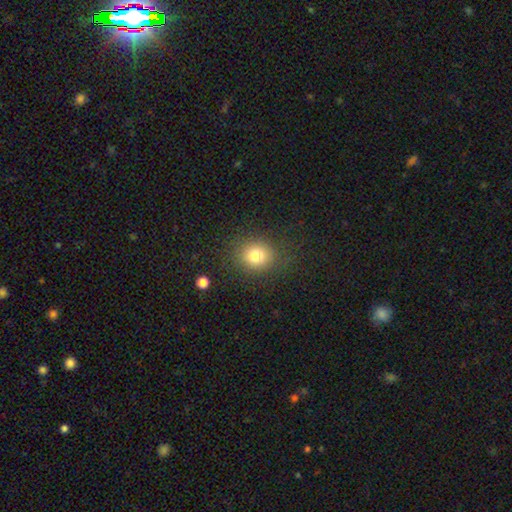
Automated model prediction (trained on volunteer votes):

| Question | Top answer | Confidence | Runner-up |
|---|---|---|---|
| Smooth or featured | smooth | 78% | star or artifact (13%) |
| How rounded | round | 78% | in between (21%) |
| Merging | none | 84% | minor disturbance (10%) |